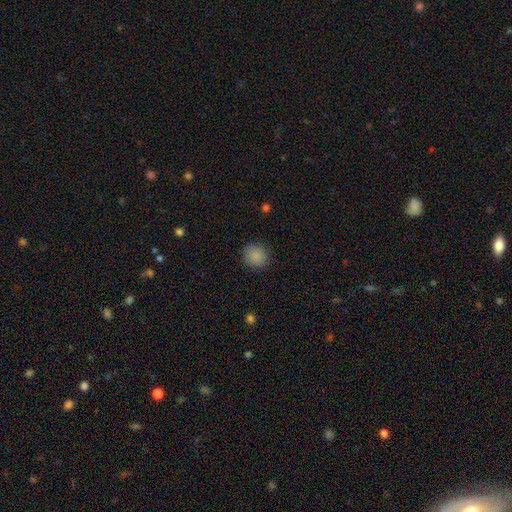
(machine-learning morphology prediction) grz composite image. It shows a smooth galaxy with no disk features (87%) that is round (88%). Merging: none (89%).